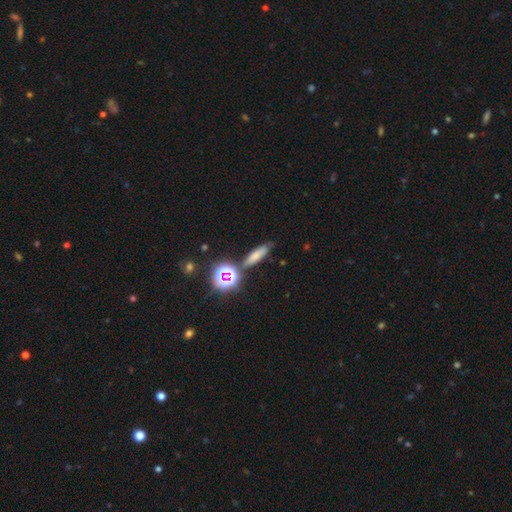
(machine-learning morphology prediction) type=smooth (65%); roundness=cigar-shaped (58%); merging=none (75%).